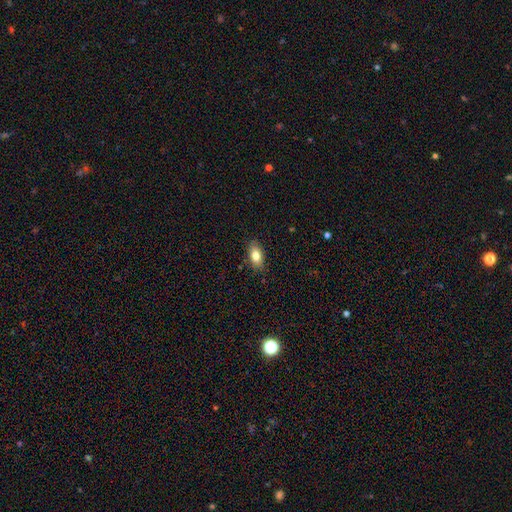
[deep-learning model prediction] Overall: smooth (82%). How rounded: in between (89%). Merging: none (85%).